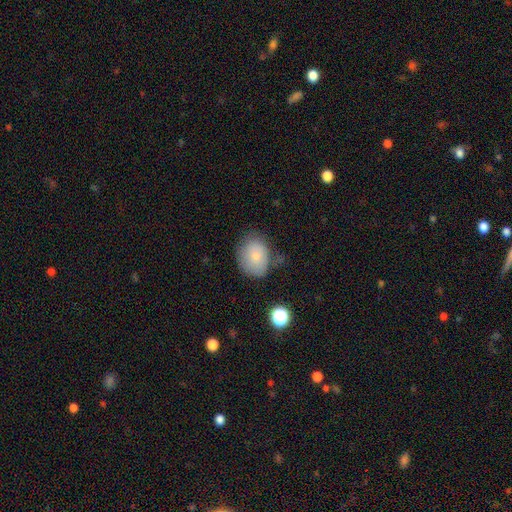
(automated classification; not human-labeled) This is likely a smooth galaxy (77%). How rounded: possibly in between (51%). Merging: possibly none (59%).